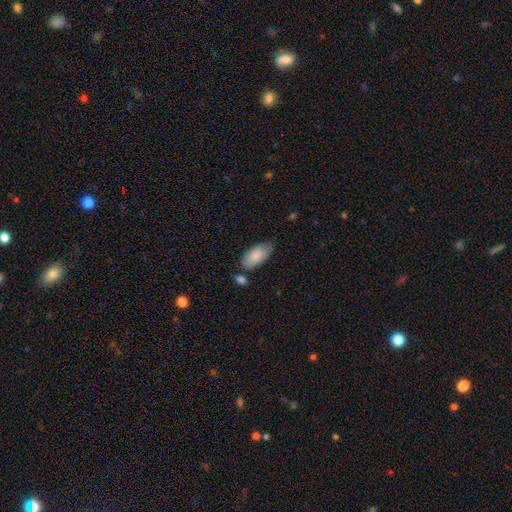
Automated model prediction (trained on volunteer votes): This is clearly a smooth galaxy (85%). How rounded: clearly in between (92%). Merging: likely none (70%).